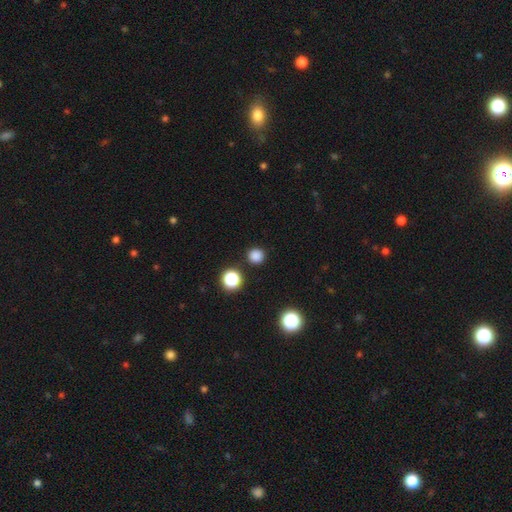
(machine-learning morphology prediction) smooth-or-featured: smooth: 82% | star or artifact: 15% | featured or disk: 3%
  how-rounded: round: 94% | in between: 5% | cigar-shaped: 1%
  merging: none: 90% | minor disturbance: 6% | merger: 2% | major disturbance: 2%